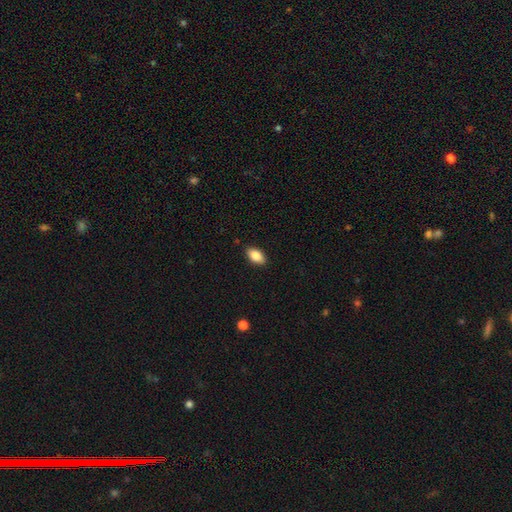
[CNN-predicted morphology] A smooth galaxy with no disk features (85%) that is in between round and cigar-shaped (92%). Merging: none (88%).